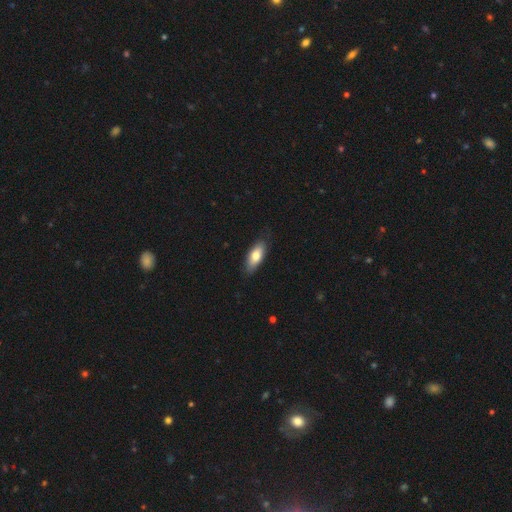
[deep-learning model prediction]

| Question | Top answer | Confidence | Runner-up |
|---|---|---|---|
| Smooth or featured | smooth | 75% | featured or disk (19%) |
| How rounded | in between | 78% | cigar-shaped (20%) |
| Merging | none | 83% | minor disturbance (14%) |